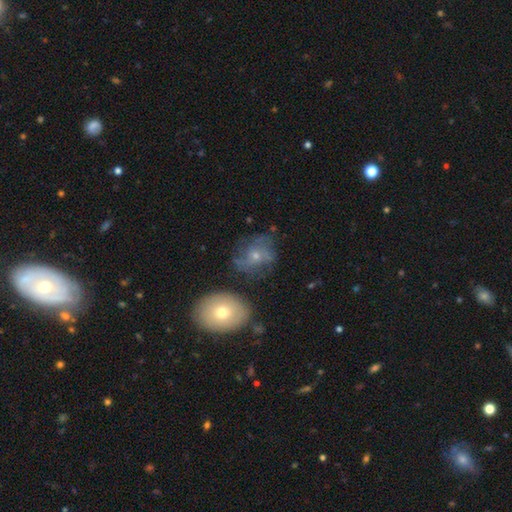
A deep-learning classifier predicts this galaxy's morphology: This is possibly a featured or disk galaxy (57%). It is clearly not viewed edge-on (96%). Bar: likely no (76%). Spiral arm pattern: likely yes (70%). Central bulge: possibly small (60%). Merging: possibly none (60%).